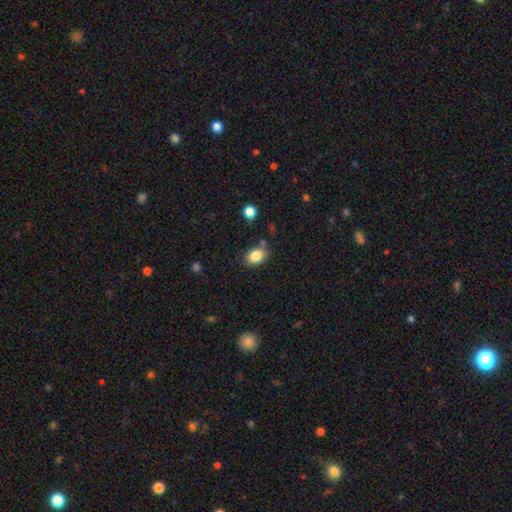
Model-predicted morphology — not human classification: This is clearly a smooth galaxy (85%). How rounded: likely in between (73%). Merging: likely none (76%).